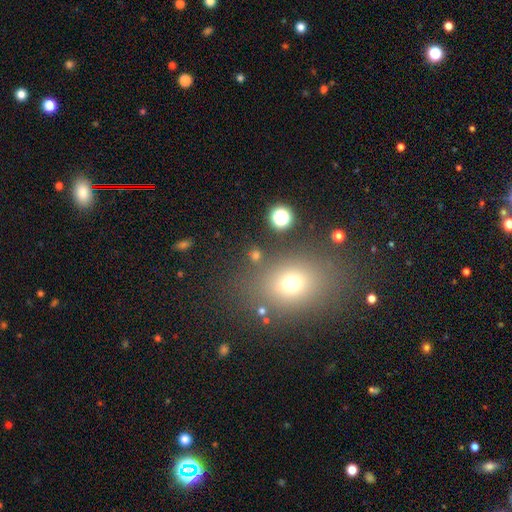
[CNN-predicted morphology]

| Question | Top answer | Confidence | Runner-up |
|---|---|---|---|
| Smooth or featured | smooth | 65% | star or artifact (24%) |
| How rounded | round | 54% | in between (44%) |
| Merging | none | 77% | minor disturbance (11%) |